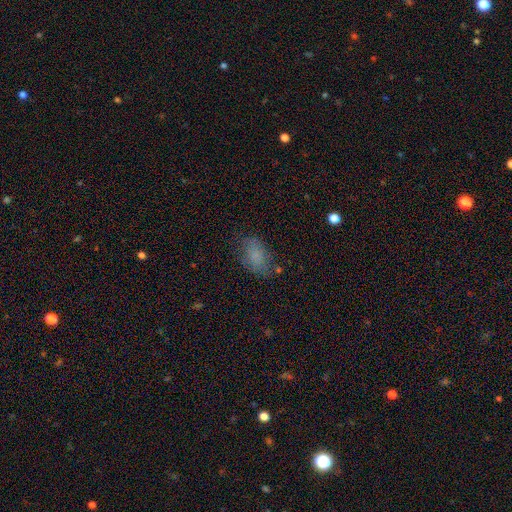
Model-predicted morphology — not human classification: This is likely a smooth galaxy (75%). How rounded: clearly in between (87%). Merging: likely none (66%).